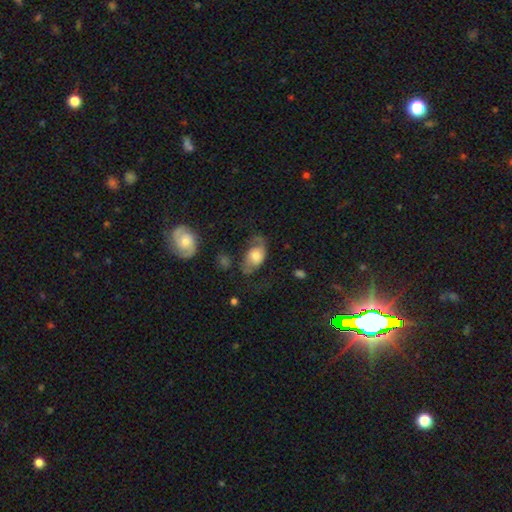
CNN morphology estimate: This is possibly a featured or disk galaxy (46%, tied with smooth). Merging: possibly none (48%).